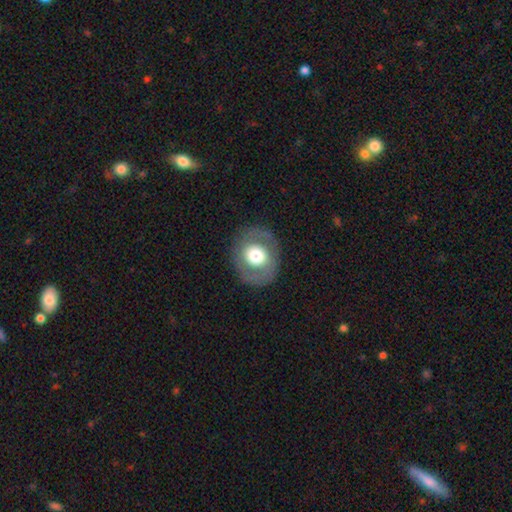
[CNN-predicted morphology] A smooth galaxy with no disk features (52%) that is round (74%).

Vote fractions:
- Smooth or featured? smooth: 52% / featured or disk: 41% / star or artifact: 7%
- How rounded? round: 74% / in between: 25% / cigar-shaped: 1%
- Merging? none: 83% / minor disturbance: 10% / major disturbance: 6% / merger: 1%